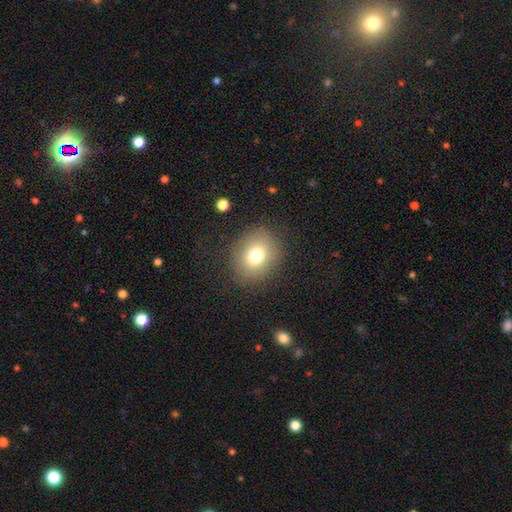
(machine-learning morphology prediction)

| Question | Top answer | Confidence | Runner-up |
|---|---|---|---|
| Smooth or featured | smooth | 76% | star or artifact (12%) |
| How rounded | round | 58% | in between (41%) |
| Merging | none | 85% | minor disturbance (10%) |